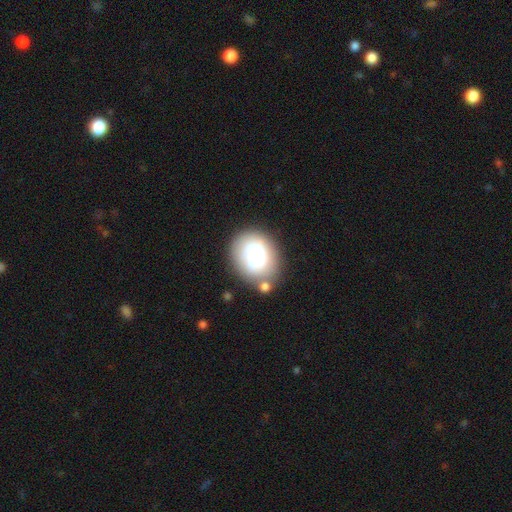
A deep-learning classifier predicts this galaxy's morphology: Smooth or featured? Predicted: smooth (p=0.68). How rounded? Predicted: round (p=0.63). Merging? Predicted: none (p=0.53).